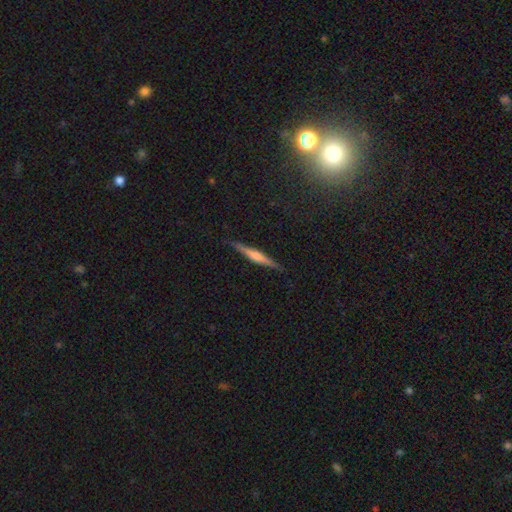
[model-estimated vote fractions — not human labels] Overall: featured or disk (68%). Edge-on disk: yes (98%). Edge-on bulge: rounded (65%). Merging: none (89%).